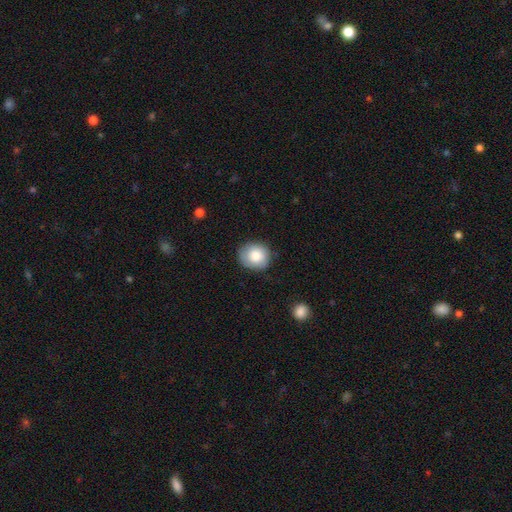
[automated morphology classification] smooth 83%, featured or disk 10%, star or artifact 7%. Down the decision tree: how rounded — round (77%); merging — none (81%).